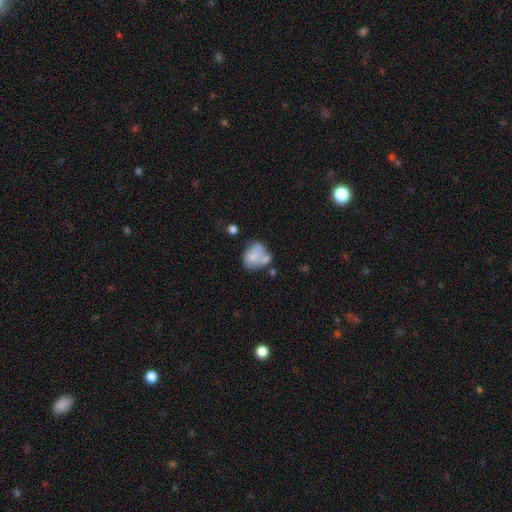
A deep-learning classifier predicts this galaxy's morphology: smooth_or_featured: smooth (p=0.66) [alt: featured or disk p=0.25]
how_rounded: in between (p=0.64) [alt: round p=0.35]
merging: merger (p=0.28) [tied with: none p=0.28]